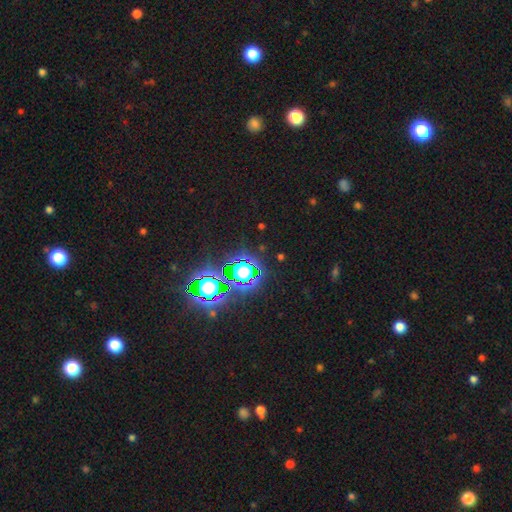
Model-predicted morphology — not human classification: Overall: star or artifact (81%).